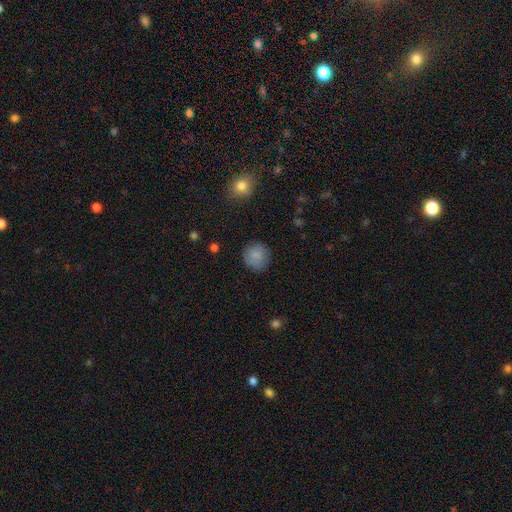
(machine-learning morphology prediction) smooth_or_featured: smooth (p=0.85) [alt: star or artifact p=0.08]
how_rounded: round (p=0.90) [alt: in between p=0.09]
merging: none (p=0.83) [alt: minor disturbance p=0.12]